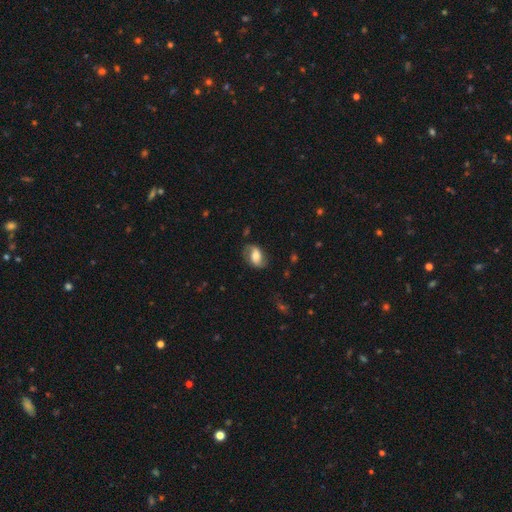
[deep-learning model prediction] This appears to be a featured or disk galaxy (52%). Merging: none (69%).